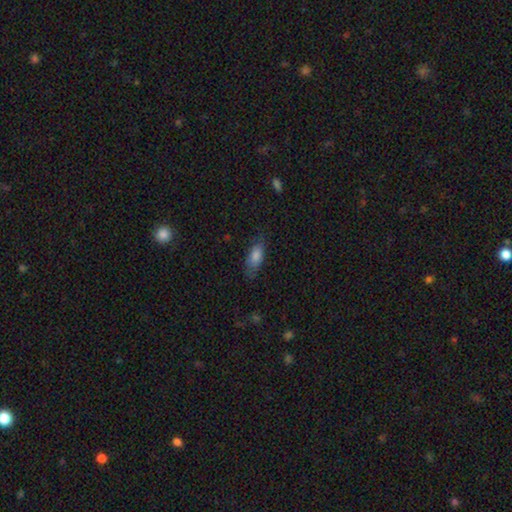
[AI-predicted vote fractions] The model was most divided on "merging": none: 71%, minor disturbance: 21%, major disturbance: 6%, merger: 1%. More confident: smooth or featured — smooth (80%); how rounded — in between (79%).